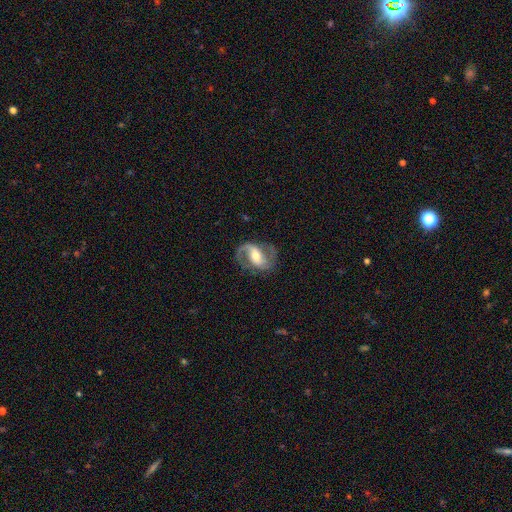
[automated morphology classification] Smooth or featured? Predicted: featured or disk (p=0.87). Edge-on disk? Predicted: no (p=0.97). Bar? Predicted: weak (p=0.42). Spiral arms? Predicted: yes (p=0.96). Spiral winding? Predicted: medium (p=0.52). Spiral arm count? Predicted: 2 (p=0.90). Bulge size? Predicted: moderate (p=0.62). Merging? Predicted: none (p=0.77).